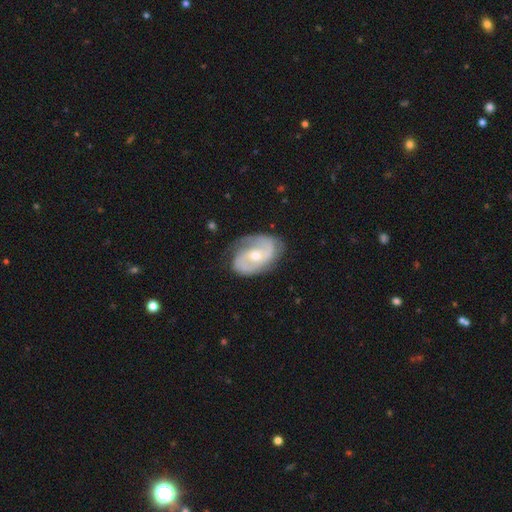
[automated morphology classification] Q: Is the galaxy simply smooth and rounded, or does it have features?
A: featured or disk — 85%.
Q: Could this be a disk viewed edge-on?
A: no — 97%.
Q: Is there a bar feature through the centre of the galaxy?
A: no — 49%.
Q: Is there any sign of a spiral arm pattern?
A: yes — 95%.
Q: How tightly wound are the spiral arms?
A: medium — 47%.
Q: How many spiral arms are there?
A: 2 — 80%.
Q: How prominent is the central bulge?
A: moderate — 49%.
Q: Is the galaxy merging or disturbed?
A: none — 73%.